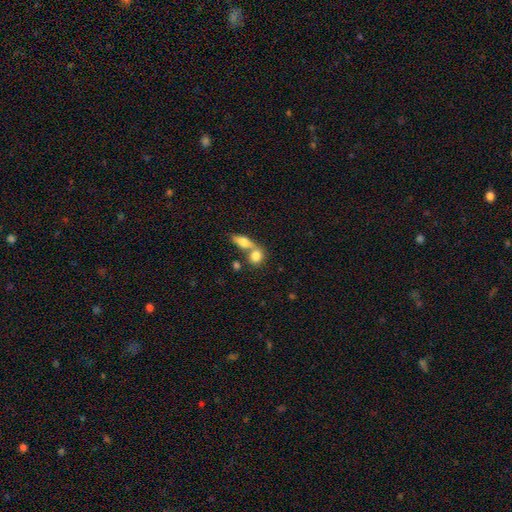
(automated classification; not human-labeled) Smooth or featured? Predicted: smooth (p=0.80). How rounded? Predicted: round (p=0.52). Merging? Predicted: merger (p=0.53).